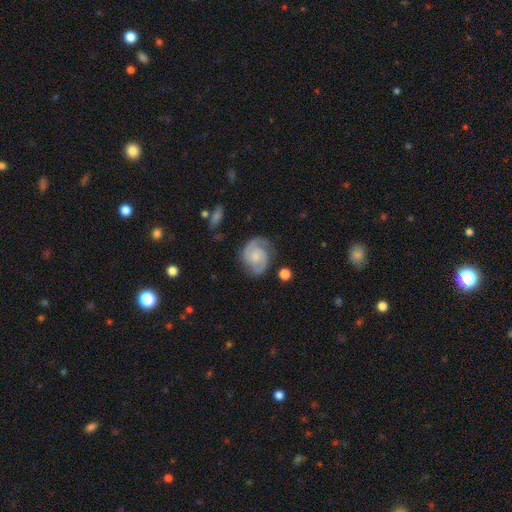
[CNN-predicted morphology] Q: Smooth or featured?
A: featured or disk (81%); runner-up: smooth (13%)
Q: Edge-on disk?
A: no (98%); runner-up: yes (2%)
Q: Bar?
A: no (64%); runner-up: weak (31%)
Q: Spiral arms?
A: yes (97%); runner-up: no (3%)
Q: Spiral winding?
A: medium (47%); runner-up: tight (41%)
Q: Spiral arm count?
A: 2 (87%); runner-up: can't tell (5%)
Q: Bulge size?
A: small (44%); runner-up: moderate (31%)
Q: Merging?
A: none (75%); runner-up: minor disturbance (17%)